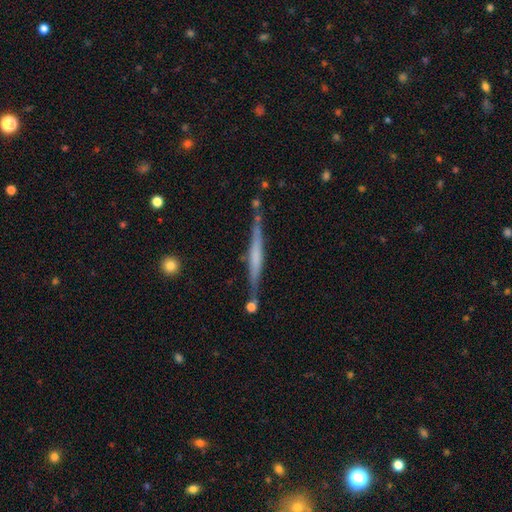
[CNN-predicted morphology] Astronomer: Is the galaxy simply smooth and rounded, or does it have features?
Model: featured or disk — 63%.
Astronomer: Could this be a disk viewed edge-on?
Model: yes — 97%.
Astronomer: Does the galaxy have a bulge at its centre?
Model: none — 51%.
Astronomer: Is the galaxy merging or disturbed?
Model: none — 80%.